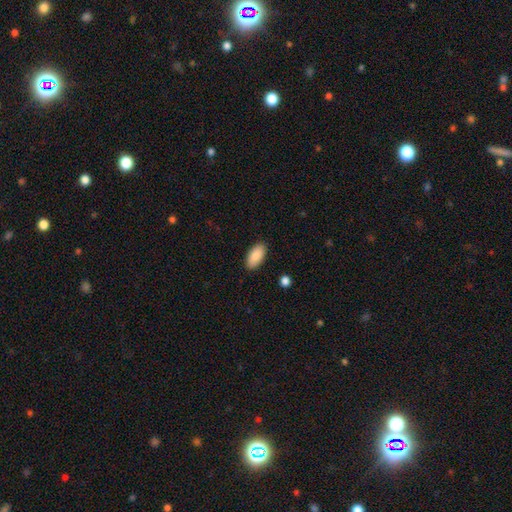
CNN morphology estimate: A smooth galaxy with no disk features (89%) that is in between round and cigar-shaped (93%).

Vote fractions:
- Smooth or featured? smooth: 89% / star or artifact: 6% / featured or disk: 5%
- How rounded? in between: 93% / cigar-shaped: 5% / round: 2%
- Merging? none: 89% / minor disturbance: 8% / major disturbance: 2% / merger: 1%